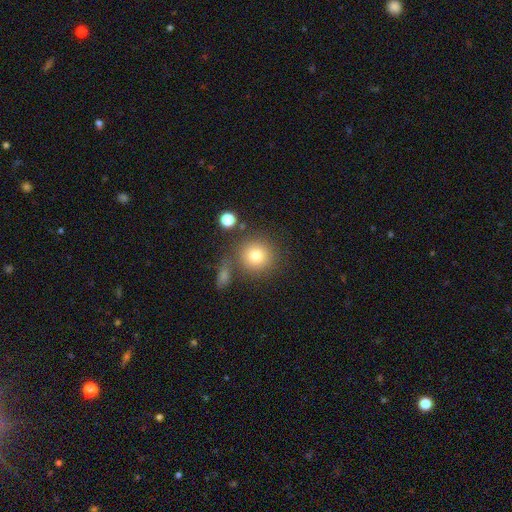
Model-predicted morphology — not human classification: smooth 79%, star or artifact 11%, featured or disk 10%. Down the decision tree: how rounded — round (92%); merging — none (75%).